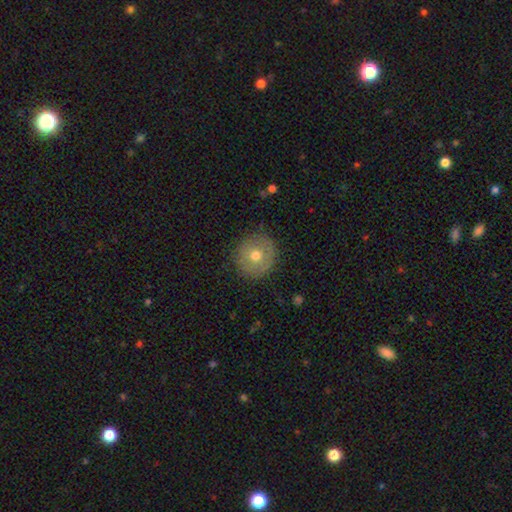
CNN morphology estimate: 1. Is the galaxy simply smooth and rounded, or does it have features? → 65% smooth, 26% featured or disk, 9% star or artifact.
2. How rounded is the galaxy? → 93% round, 6% in between, 1% cigar-shaped.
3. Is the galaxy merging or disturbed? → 86% none, 10% minor disturbance, 3% major disturbance, 1% merger.